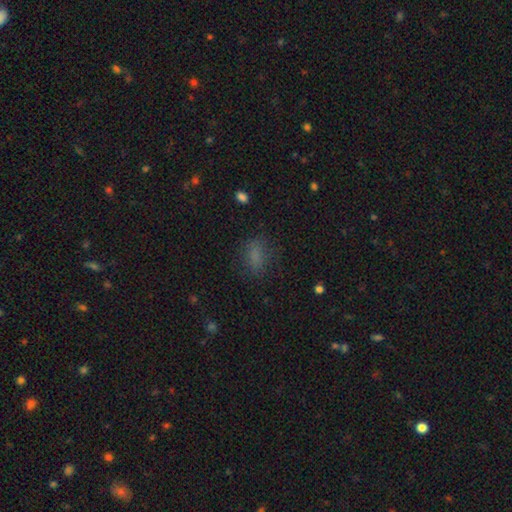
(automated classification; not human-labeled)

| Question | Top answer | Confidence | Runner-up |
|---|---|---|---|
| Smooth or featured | smooth | 76% | star or artifact (16%) |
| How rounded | in between | 76% | round (17%) |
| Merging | none | 76% | minor disturbance (15%) |